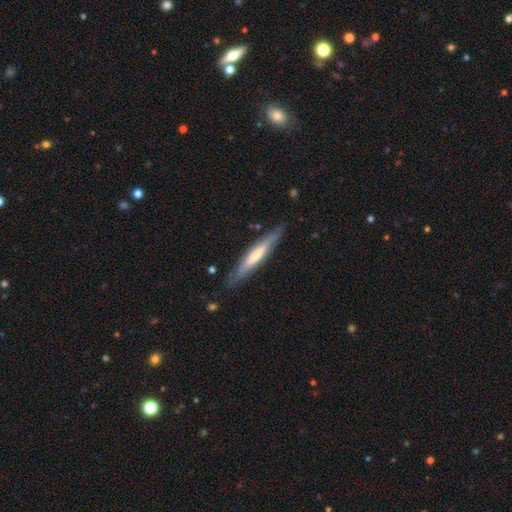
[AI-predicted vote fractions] Smooth or featured?
  - featured or disk: 48% *
  - smooth: 47%
  - star or artifact: 5%
Merging?
  - none: 84% *
  - minor disturbance: 12%
  - major disturbance: 2%
  - merger: 1%